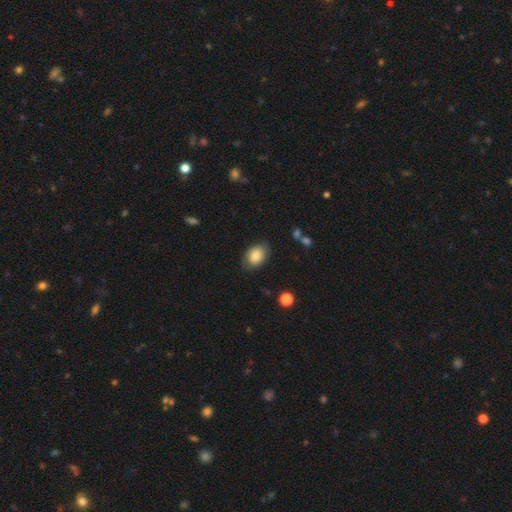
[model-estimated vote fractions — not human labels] A smooth galaxy with no disk features (84%) that is in between round and cigar-shaped (81%).

Vote fractions:
- Smooth or featured? smooth: 84% / featured or disk: 9% / star or artifact: 7%
- How rounded? in between: 81% / round: 18% / cigar-shaped: 1%
- Merging? none: 78% / minor disturbance: 17% / major disturbance: 4% / merger: 2%